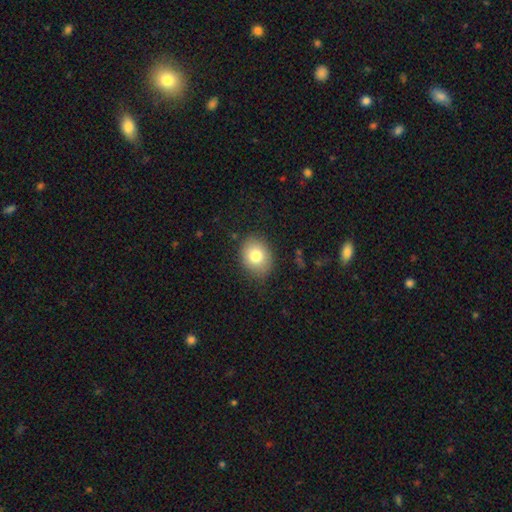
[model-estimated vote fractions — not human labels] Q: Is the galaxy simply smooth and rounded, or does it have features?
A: smooth — 79%.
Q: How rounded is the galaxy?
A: round — 50%.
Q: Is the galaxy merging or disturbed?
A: none — 83%.